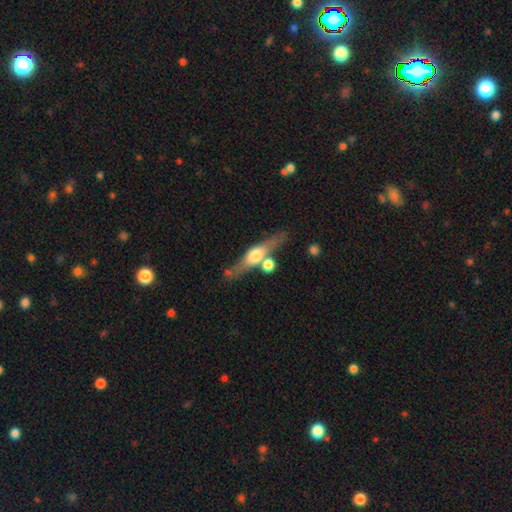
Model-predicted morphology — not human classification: This is likely a featured or disk galaxy (66%). It is clearly viewed edge-on (91%). Edge-on bulge: clearly rounded (92%). Merging: likely none (64%).